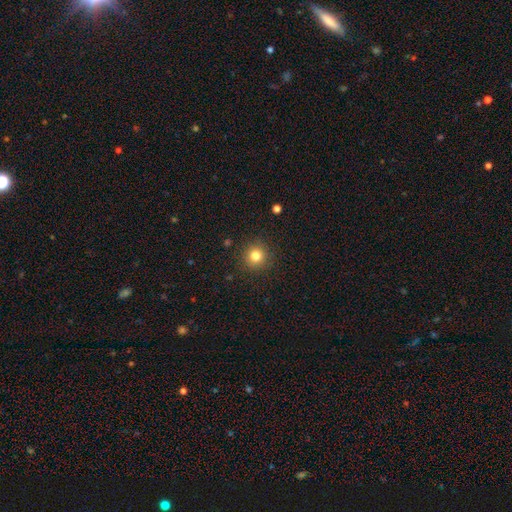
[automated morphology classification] Smooth or featured? smooth (81%)
How rounded? round (94%)
Merging? none (90%)